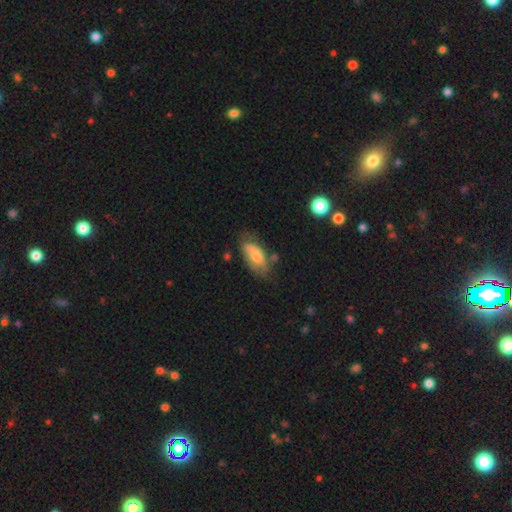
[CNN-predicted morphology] A smooth galaxy with no disk features (62%) that is in between round and cigar-shaped (88%). Merging: none (50%).